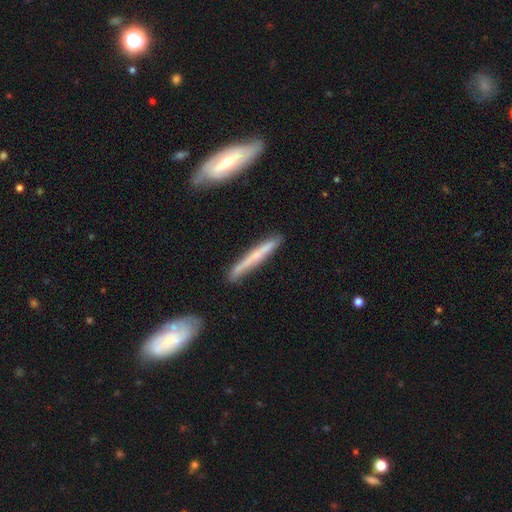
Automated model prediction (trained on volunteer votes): Q: Smooth or featured?
A: featured or disk (51%); runner-up: smooth (43%)
Q: Edge-on disk?
A: yes (90%); runner-up: no (10%)
Q: Merging?
A: none (81%); runner-up: minor disturbance (14%)